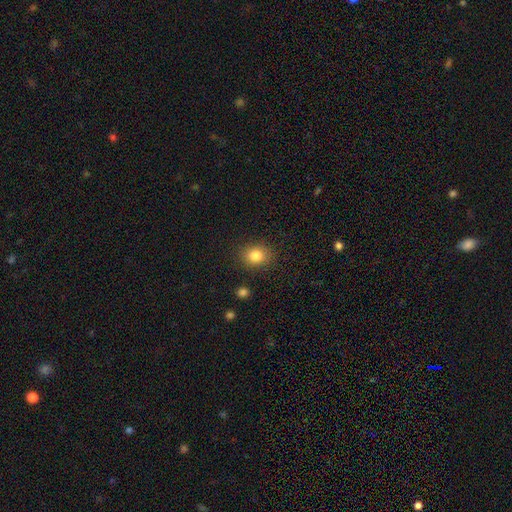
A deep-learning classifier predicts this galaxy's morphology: Smooth or featured? smooth (83%)
How rounded? round (60%)
Merging? none (87%)